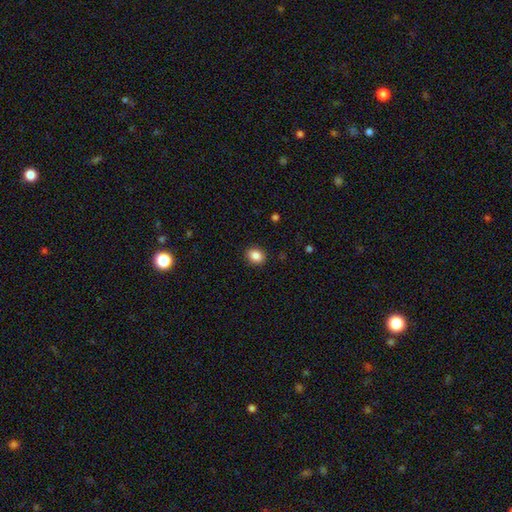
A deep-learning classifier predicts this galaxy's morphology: This appears to be a smooth galaxy with no disk features (86%) that is in between round and cigar-shaped (55%). Merging: none (90%).